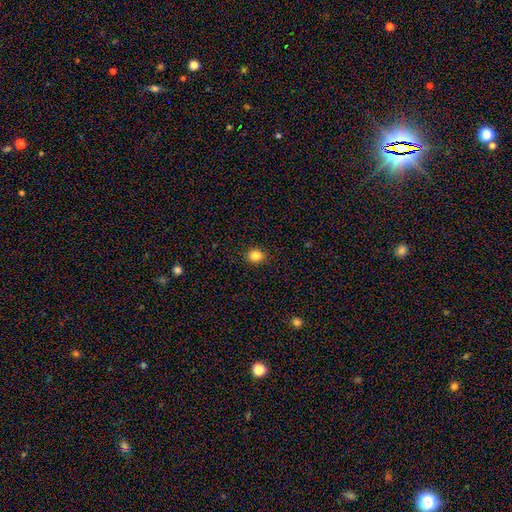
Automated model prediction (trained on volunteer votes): Overall: smooth (84%). How rounded: round (72%). Merging: none (90%).